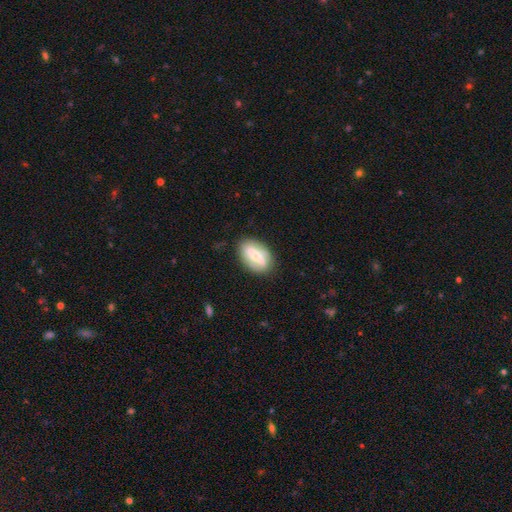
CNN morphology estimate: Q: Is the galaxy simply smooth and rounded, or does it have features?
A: featured or disk — 50%.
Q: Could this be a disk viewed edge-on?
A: no — 80%.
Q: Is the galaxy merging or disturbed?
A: none — 79%.